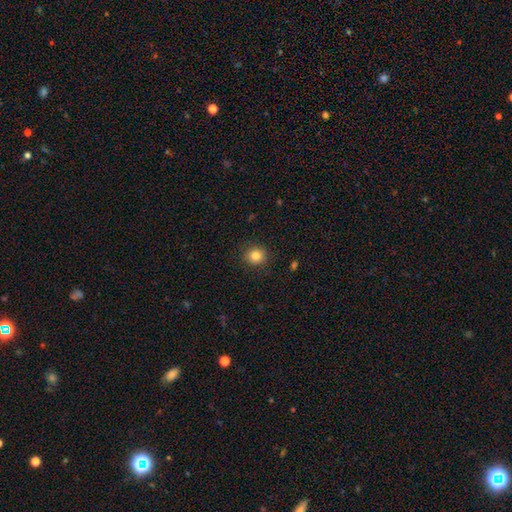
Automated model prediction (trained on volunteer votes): A smooth galaxy with no disk features (83%) that is round (88%).

Vote fractions:
- Smooth or featured? smooth: 83% / star or artifact: 11% / featured or disk: 6%
- How rounded? round: 88% / in between: 11% / cigar-shaped: 1%
- Merging? none: 90% / minor disturbance: 7% / major disturbance: 2% / merger: 1%